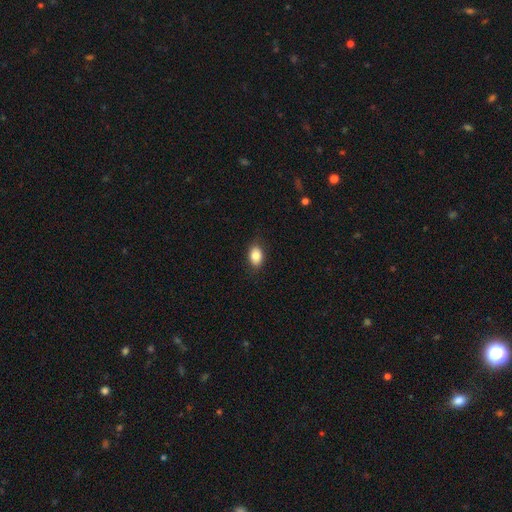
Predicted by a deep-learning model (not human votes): smooth-or-featured: smooth: 84% | star or artifact: 8% | featured or disk: 8%
  how-rounded: in between: 83% | round: 16% | cigar-shaped: 1%
  merging: none: 85% | minor disturbance: 12% | major disturbance: 2% | merger: 1%